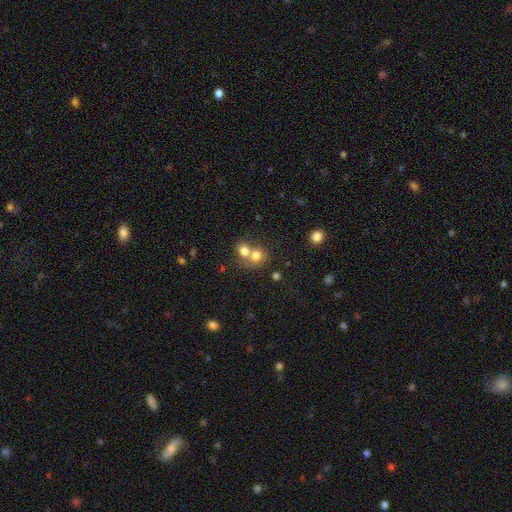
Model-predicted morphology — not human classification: A smooth galaxy with no disk features (75%) that is round (73%).

Vote fractions:
- Smooth or featured? smooth: 75% / featured or disk: 13% / star or artifact: 12%
- How rounded? round: 73% / in between: 26% / cigar-shaped: 1%
- Merging? merger: 60% / none: 32% / minor disturbance: 5% / major disturbance: 3%